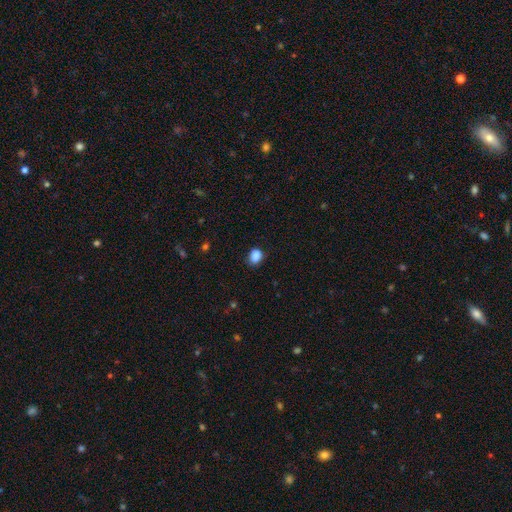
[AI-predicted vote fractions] Q: Smooth or featured?
A: smooth (87%); runner-up: star or artifact (10%)
Q: How rounded?
A: in between (64%); runner-up: round (34%)
Q: Merging?
A: none (74%); runner-up: minor disturbance (19%)